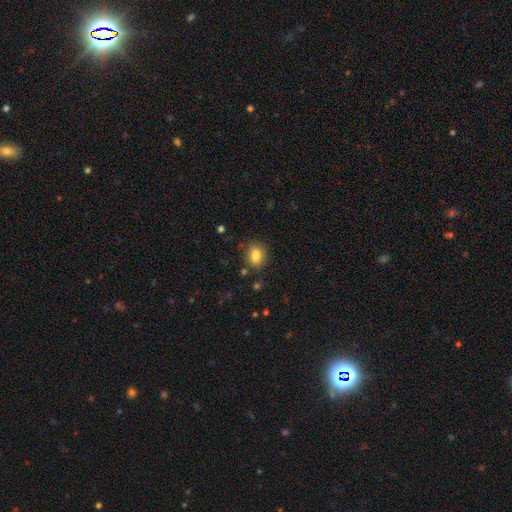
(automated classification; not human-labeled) smooth 83%, star or artifact 10%, featured or disk 8%. Down the decision tree: how rounded — round (50%); merging — none (82%).